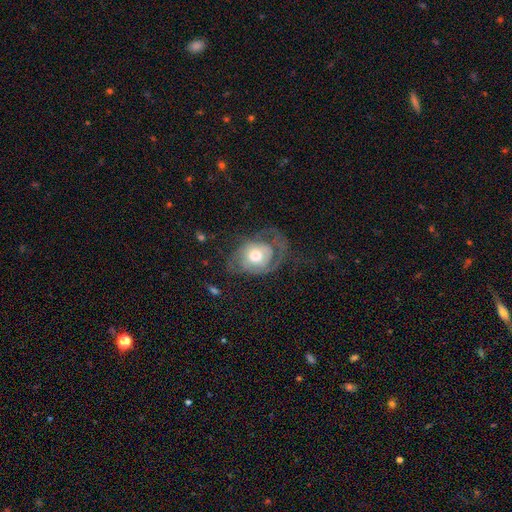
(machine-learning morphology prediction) Overall: featured or disk (59%; smooth 34%). Edge-on disk: no (96%). Bar: no (79%). Spiral arms: yes (72%). Bulge size: moderate (67%). Merging: major disturbance (42%; none 35%).